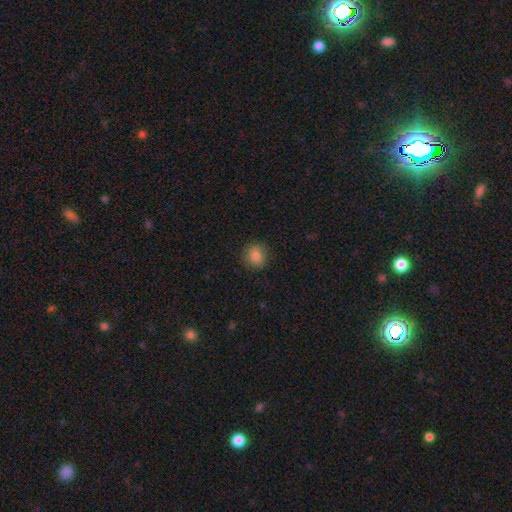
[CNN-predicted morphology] smooth 82%, star or artifact 10%, featured or disk 8%. Down the decision tree: how rounded — round (89%); merging — none (89%).